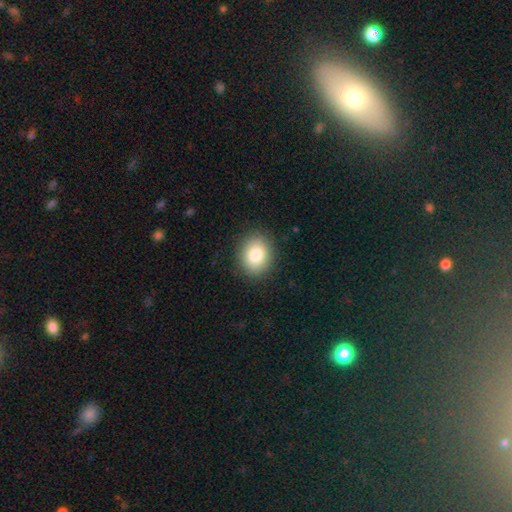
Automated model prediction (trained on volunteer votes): smooth 84%, star or artifact 9%, featured or disk 7%. Down the decision tree: how rounded — round (53%); merging — none (89%).